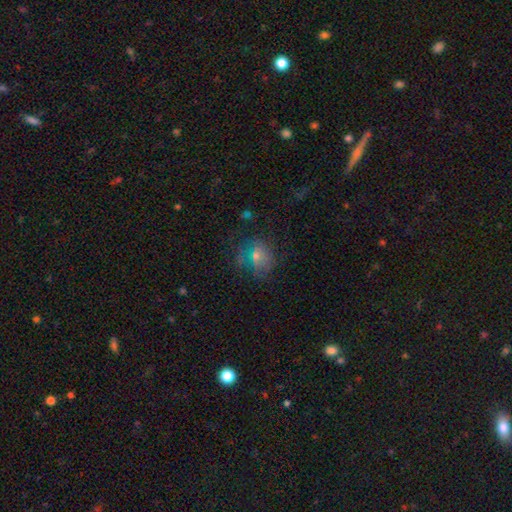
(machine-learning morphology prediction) The model was most divided on "how rounded": round: 59%, in between: 39%, cigar-shaped: 2%. More confident: merging — none (60%); smooth or featured — smooth (52%).